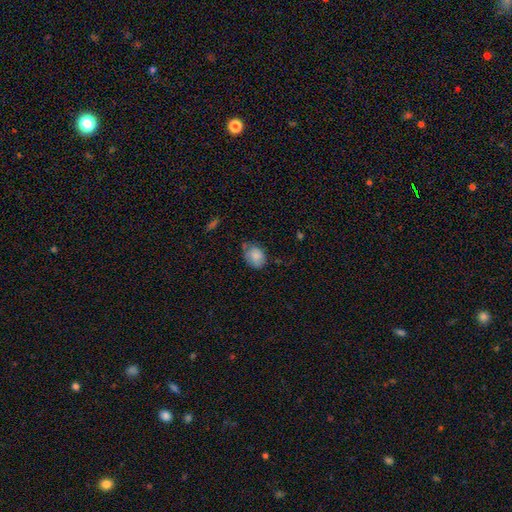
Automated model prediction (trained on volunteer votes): This is clearly a smooth galaxy (83%). How rounded: likely in between (64%). Merging: possibly none (60%).